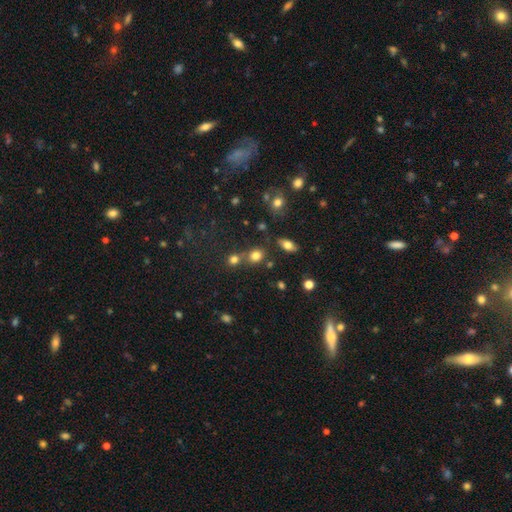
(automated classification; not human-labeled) Q: Smooth or featured?
A: smooth (77%); runner-up: star or artifact (15%)
Q: How rounded?
A: round (72%); runner-up: in between (26%)
Q: Merging?
A: none (58%); runner-up: merger (28%)